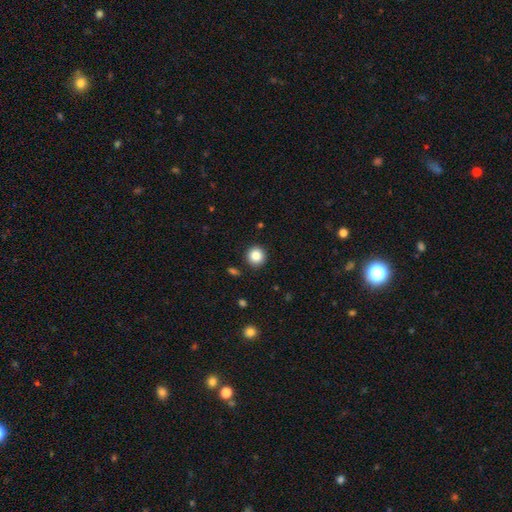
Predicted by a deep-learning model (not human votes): A smooth galaxy with no disk features (85%) that is round (94%).

Vote fractions:
- Smooth or featured? smooth: 85% / star or artifact: 10% / featured or disk: 5%
- How rounded? round: 94% / in between: 5% / cigar-shaped: 1%
- Merging? none: 91% / minor disturbance: 6% / major disturbance: 2% / merger: 2%